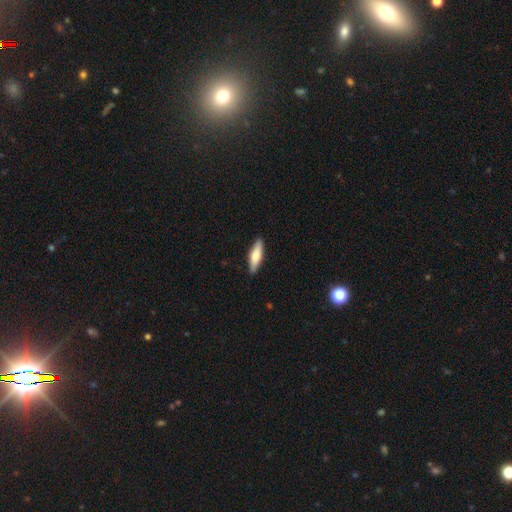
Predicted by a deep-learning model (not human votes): Smooth or featured: smooth — 68% (featured or disk — 27%)
How rounded: cigar-shaped — 54% (in between — 44%)
Merging: none — 89% (minor disturbance — 9%)